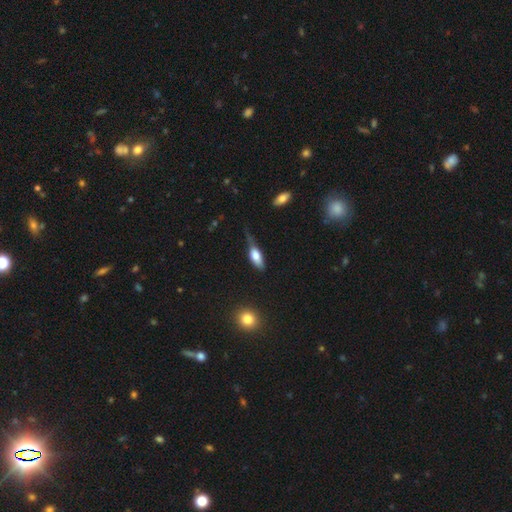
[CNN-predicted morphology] Smooth or featured?
  - smooth: 70% *
  - featured or disk: 24%
  - star or artifact: 7%
How rounded?
  - in between: 71% *
  - cigar-shaped: 25%
  - round: 4%
Merging?
  - none: 38% *
  - minor disturbance: 37%
  - major disturbance: 21%
  - merger: 4%